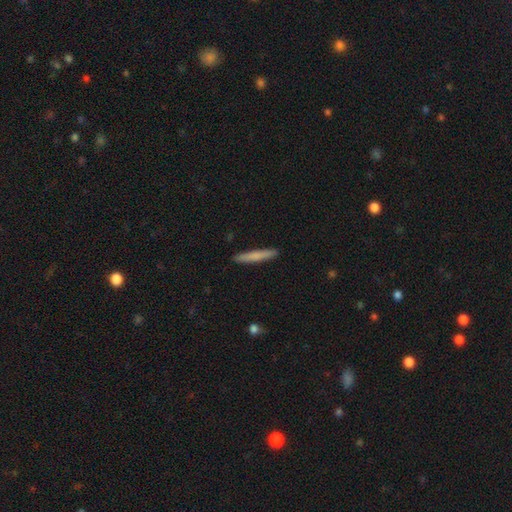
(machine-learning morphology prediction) smooth 74%, featured or disk 21%, star or artifact 6%. Down the decision tree: how rounded — cigar-shaped (96%); merging — none (91%).